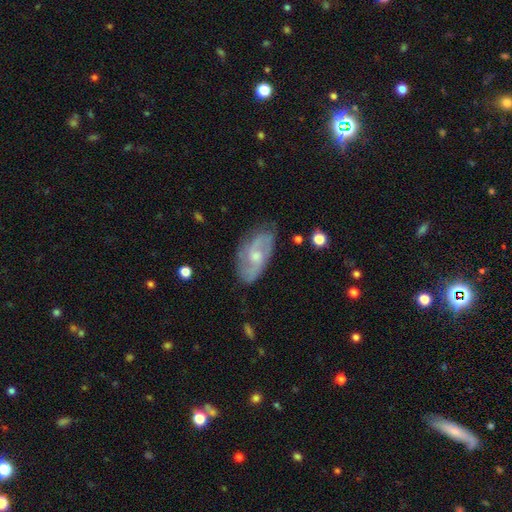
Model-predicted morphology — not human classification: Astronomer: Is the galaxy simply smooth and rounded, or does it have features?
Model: featured or disk — 74%.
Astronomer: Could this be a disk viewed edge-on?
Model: no — 94%.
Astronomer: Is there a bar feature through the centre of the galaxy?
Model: no — 58% (runner-up: weak, 36%).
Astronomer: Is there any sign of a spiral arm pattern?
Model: yes — 90%.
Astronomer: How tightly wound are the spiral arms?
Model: medium — 47% (runner-up: loose, 27%).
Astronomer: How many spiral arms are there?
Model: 2 — 75%.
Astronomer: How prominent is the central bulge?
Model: moderate — 53% (runner-up: small, 39%).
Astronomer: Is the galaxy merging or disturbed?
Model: none — 74%.